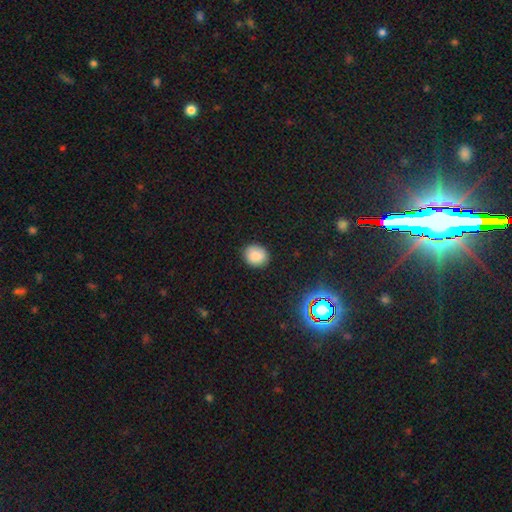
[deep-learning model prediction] The model was most divided on "how rounded": round: 70%, in between: 29%, cigar-shaped: 1%. More confident: merging — none (89%); smooth or featured — smooth (86%).